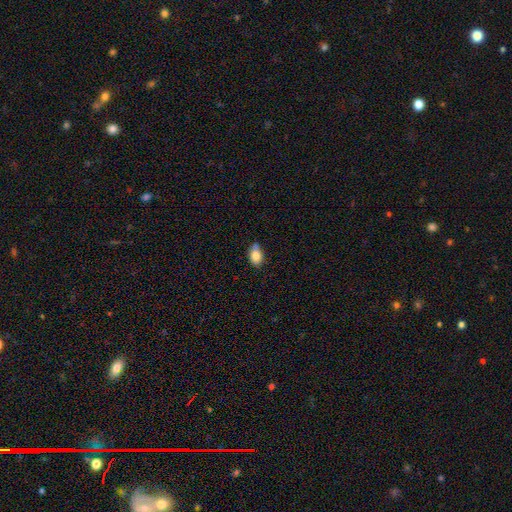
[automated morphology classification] Q: Smooth or featured?
A: smooth (83%); runner-up: featured or disk (9%)
Q: How rounded?
A: in between (81%); runner-up: round (17%)
Q: Merging?
A: none (56%); runner-up: minor disturbance (27%)